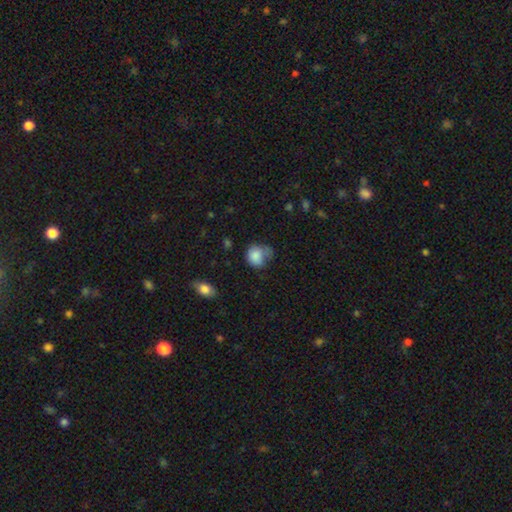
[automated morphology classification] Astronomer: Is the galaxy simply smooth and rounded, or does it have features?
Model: smooth — 82%.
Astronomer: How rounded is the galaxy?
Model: round — 67%.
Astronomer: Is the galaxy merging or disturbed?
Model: none — 38% (runner-up: minor disturbance, 33%).